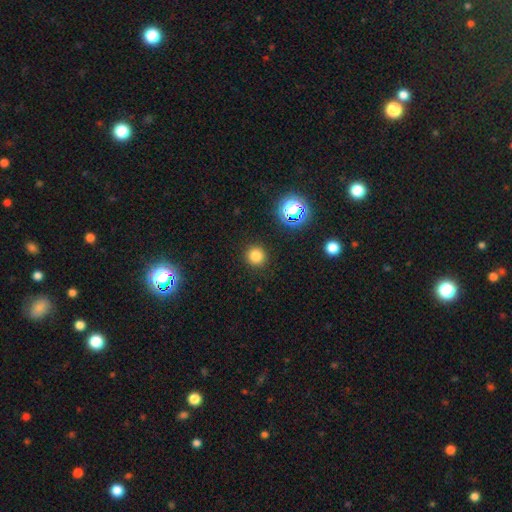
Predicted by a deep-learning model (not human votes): This appears to be a smooth galaxy with no disk features (78%) that is round (92%). Merging: none (90%).